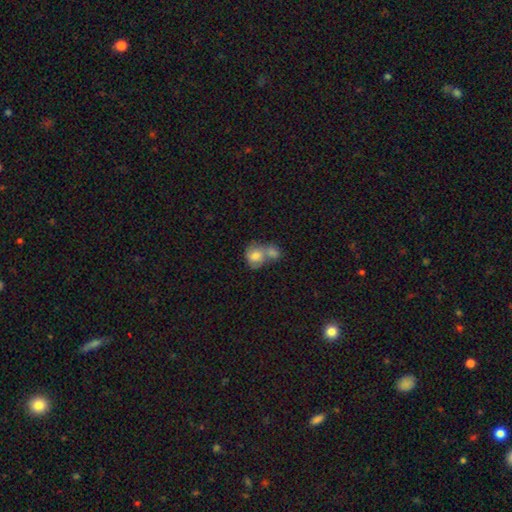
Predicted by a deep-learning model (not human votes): This appears to be a smooth galaxy with no disk features (69%) that is round (62%). Merging: merger (65%).